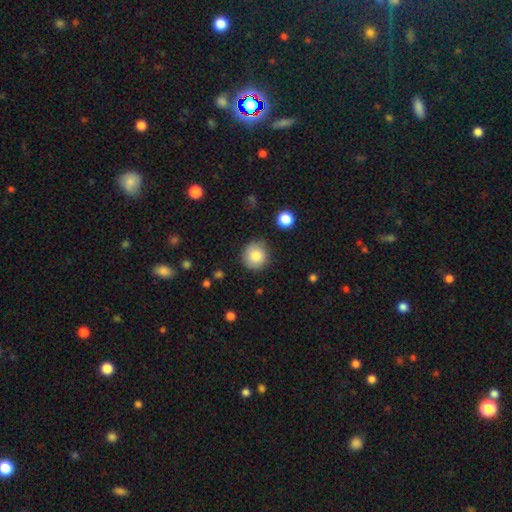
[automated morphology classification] Overall: smooth (83%). How rounded: round (92%). Merging: none (82%).